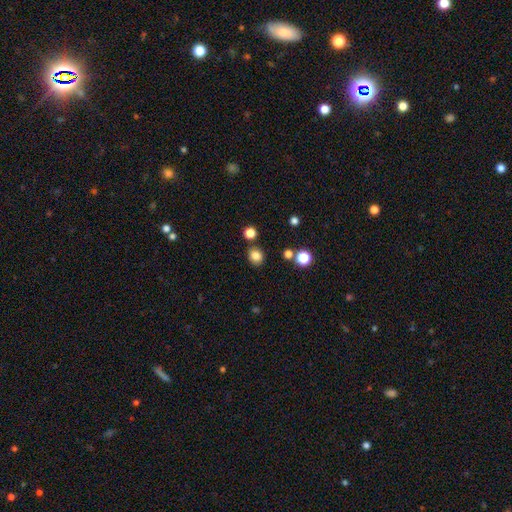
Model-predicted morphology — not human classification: smooth 83%, star or artifact 13%, featured or disk 4%. Down the decision tree: how rounded — round (71%); merging — none (83%).